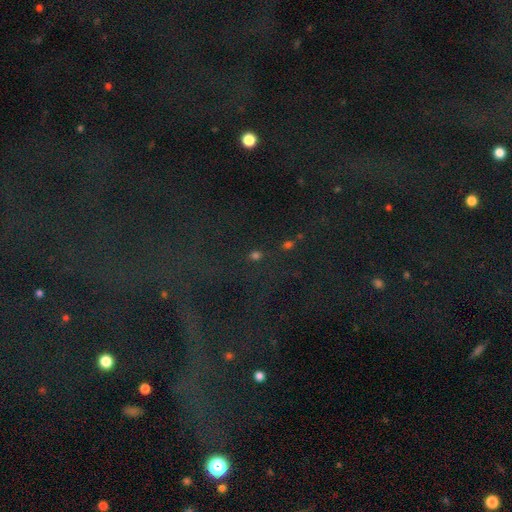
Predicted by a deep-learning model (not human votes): The model was most divided on "smooth or featured": star or artifact: 75%, smooth: 14%, featured or disk: 11%.